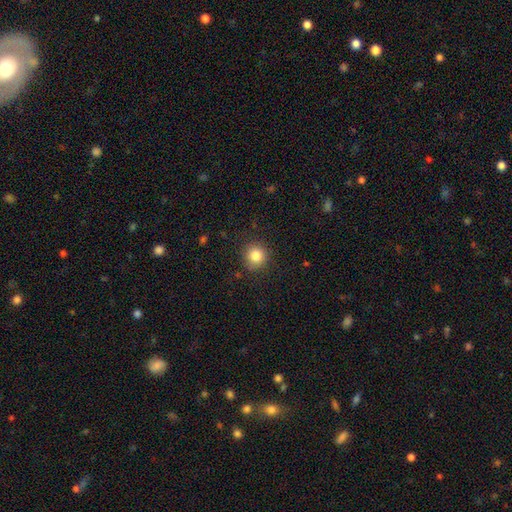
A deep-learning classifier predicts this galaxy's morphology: Smooth or featured? Predicted: smooth (p=0.83). How rounded? Predicted: round (p=0.92). Merging? Predicted: none (p=0.88).